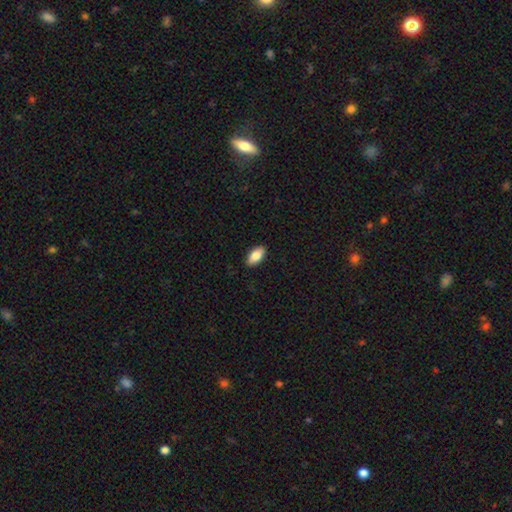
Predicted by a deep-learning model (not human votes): Smooth or featured: smooth — 85% (featured or disk — 9%)
How rounded: in between — 92% (cigar-shaped — 5%)
Merging: none — 90% (minor disturbance — 8%)